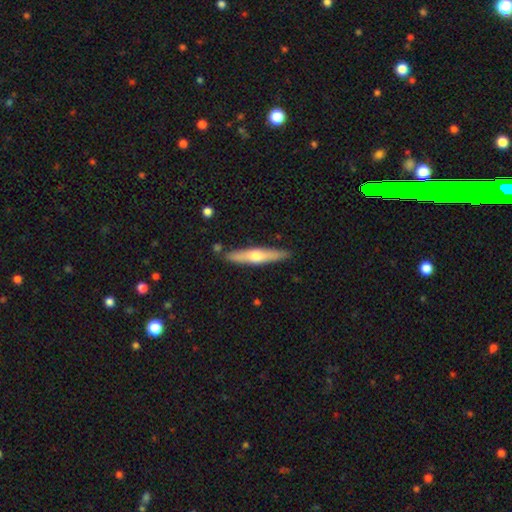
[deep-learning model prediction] Overall: featured or disk (56%; smooth 38%). Edge-on disk: yes (94%). Edge-on bulge: rounded (88%). Merging: none (88%).